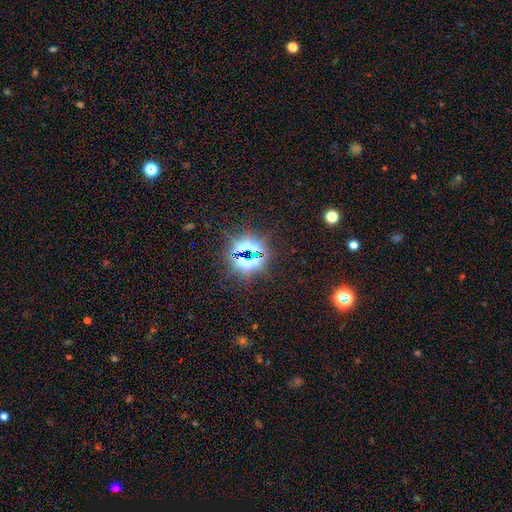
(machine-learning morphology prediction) Q: Smooth or featured?
A: star or artifact (79%); runner-up: smooth (13%)